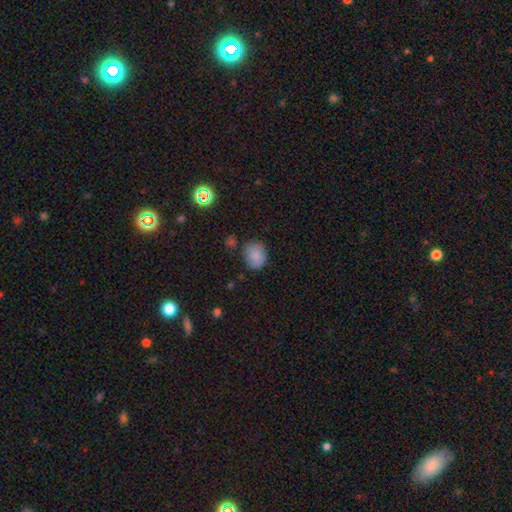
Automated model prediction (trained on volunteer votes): A smooth galaxy with no disk features (83%) that is round (65%). Merging: none (69%).